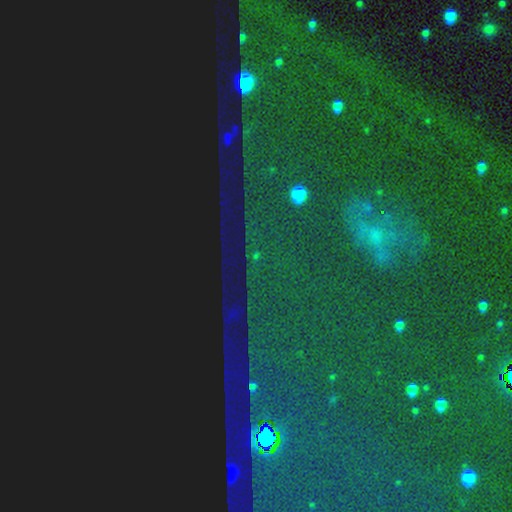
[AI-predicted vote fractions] smooth-or-featured: star or artifact: 82% | featured or disk: 10% | smooth: 9%